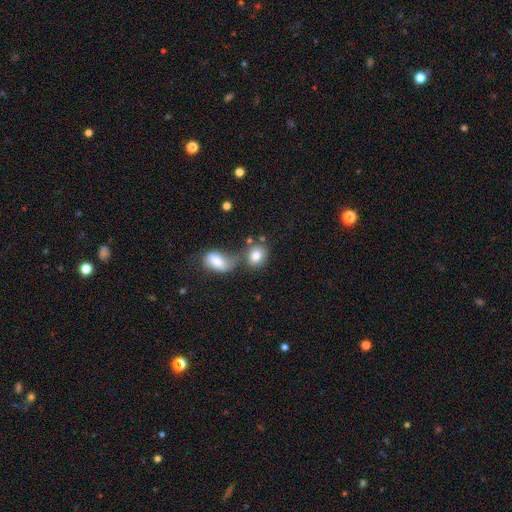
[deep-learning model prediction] This is clearly a smooth galaxy (80%). How rounded: possibly in between (50%). Merging: marginally merger (43%).